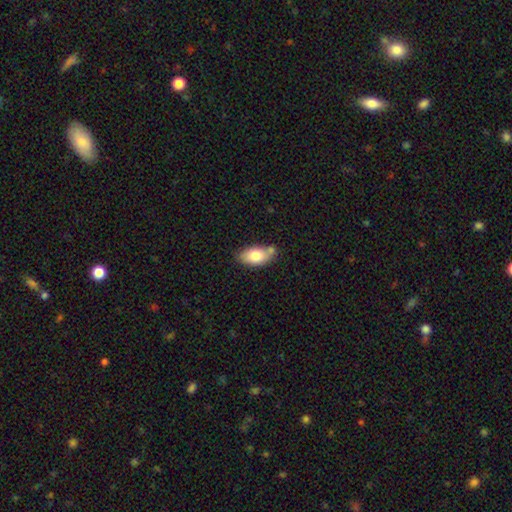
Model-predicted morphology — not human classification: smooth-or-featured: smooth: 77% | featured or disk: 16% | star or artifact: 7%
  how-rounded: in between: 91% | round: 5% | cigar-shaped: 4%
  merging: none: 60% | minor disturbance: 21% | merger: 15% | major disturbance: 4%